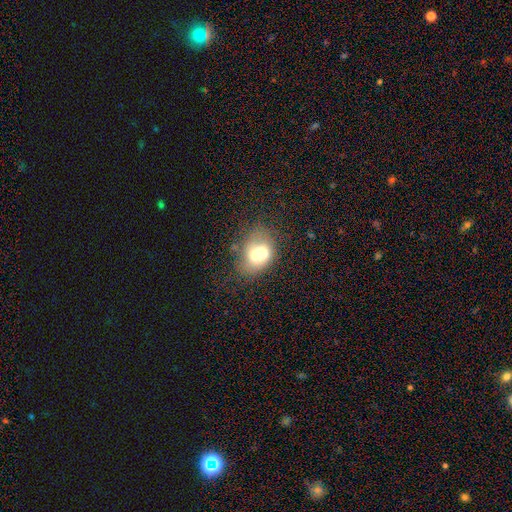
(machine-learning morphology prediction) smooth_or_featured: smooth (p=0.59) [alt: featured or disk p=0.31]
how_rounded: round (p=0.50) [alt: in between p=0.49]
merging: merger (p=0.66) [alt: none p=0.22]